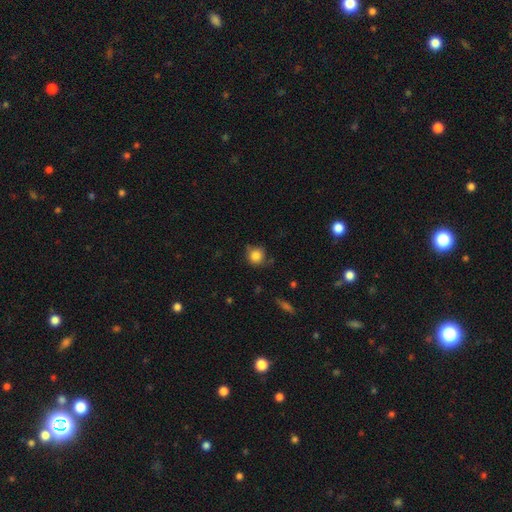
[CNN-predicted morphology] Overall: smooth (82%). How rounded: round (87%). Merging: none (65%; minor disturbance 25%).